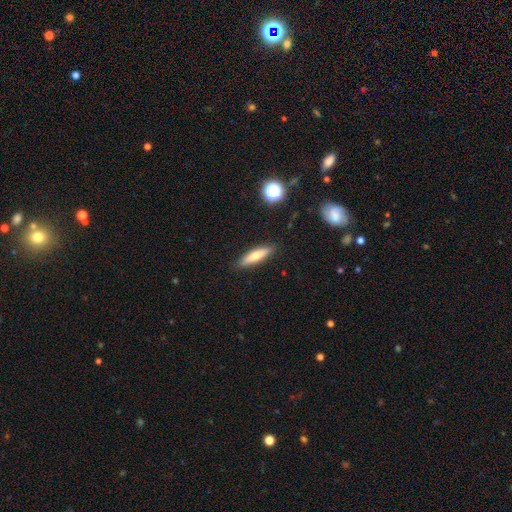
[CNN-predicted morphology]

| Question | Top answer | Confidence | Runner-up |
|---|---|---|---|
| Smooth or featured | smooth | 66% | featured or disk (27%) |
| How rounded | cigar-shaped | 76% | in between (22%) |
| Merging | none | 88% | minor disturbance (8%) |